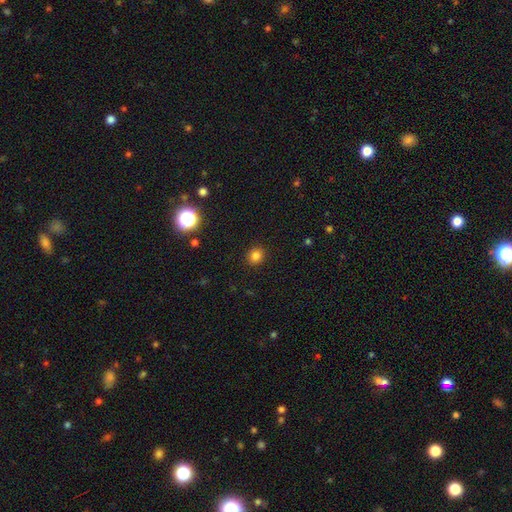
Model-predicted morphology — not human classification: Overall: smooth (82%). How rounded: round (86%). Merging: none (91%).